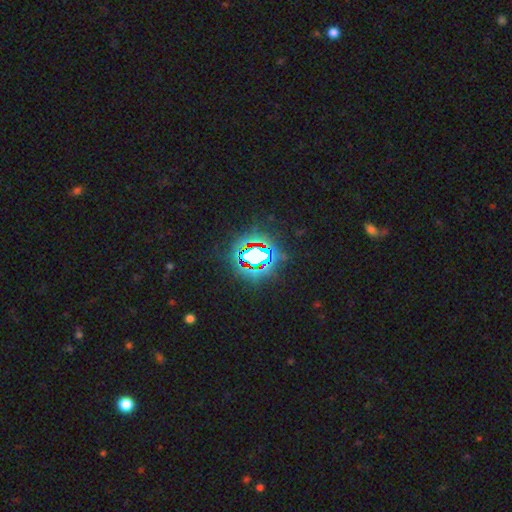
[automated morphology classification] Smooth or featured?
  - star or artifact: 74% *
  - smooth: 14%
  - featured or disk: 12%